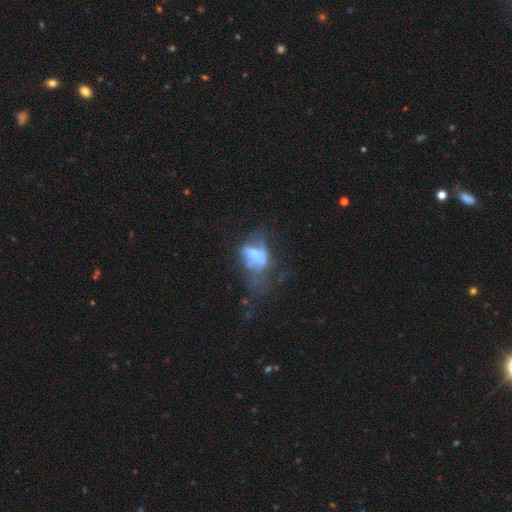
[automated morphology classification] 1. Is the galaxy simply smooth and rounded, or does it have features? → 45% featured or disk, 41% smooth, 14% star or artifact.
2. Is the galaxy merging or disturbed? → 51% major disturbance, 19% none, 17% minor disturbance, 13% merger.